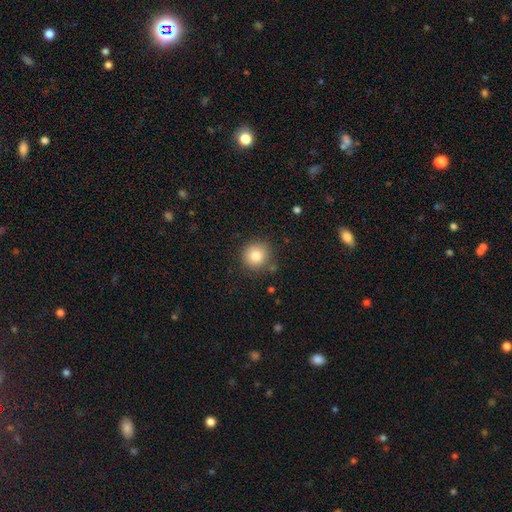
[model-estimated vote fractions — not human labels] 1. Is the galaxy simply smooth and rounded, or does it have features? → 82% smooth, 11% star or artifact, 8% featured or disk.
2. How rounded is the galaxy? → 92% round, 7% in between, 1% cigar-shaped.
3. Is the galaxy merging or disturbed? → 85% none, 10% minor disturbance, 3% major disturbance, 2% merger.